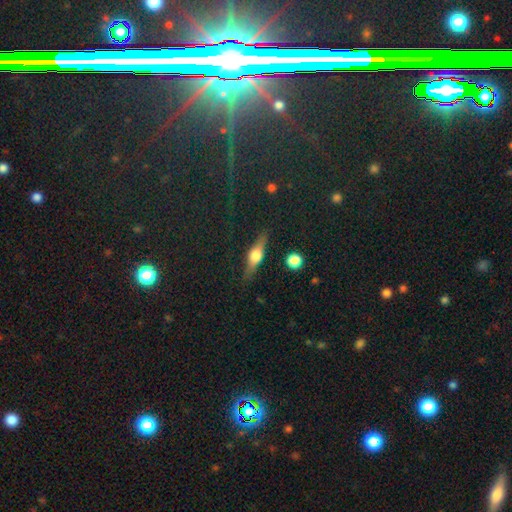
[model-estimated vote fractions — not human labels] smooth_or_featured: featured or disk (p=0.57) [alt: smooth p=0.35]
disk_edge_on: yes (p=0.93) [alt: no p=0.07]
edge_on_bulge: rounded (p=0.92) [alt: boxy p=0.06]
merging: none (p=0.83) [alt: minor disturbance p=0.13]